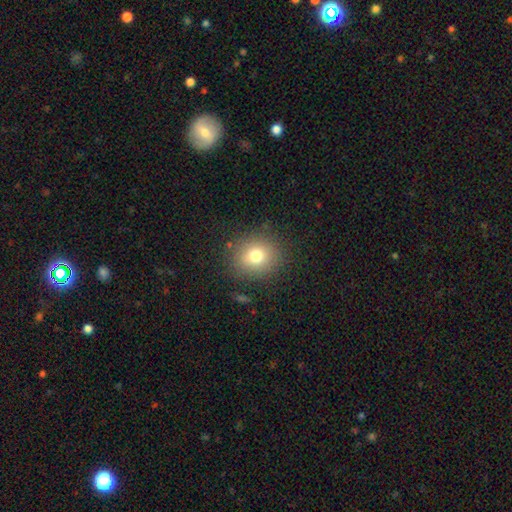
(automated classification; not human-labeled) smooth-or-featured: smooth: 76% | star or artifact: 13% | featured or disk: 11%
  how-rounded: round: 78% | in between: 21% | cigar-shaped: 1%
  merging: none: 84% | minor disturbance: 10% | major disturbance: 4% | merger: 2%